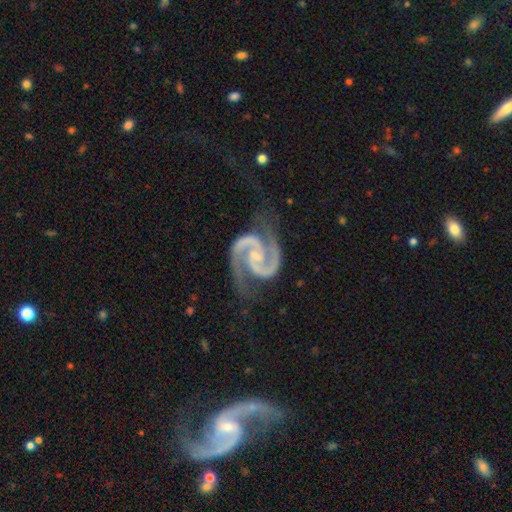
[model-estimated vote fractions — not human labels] A featured or disk galaxy (95%) with no bar (45%), 2 (95%) medium (62%) spiral arms (99%) and a small central bulge (56%). Merging: none (68%).